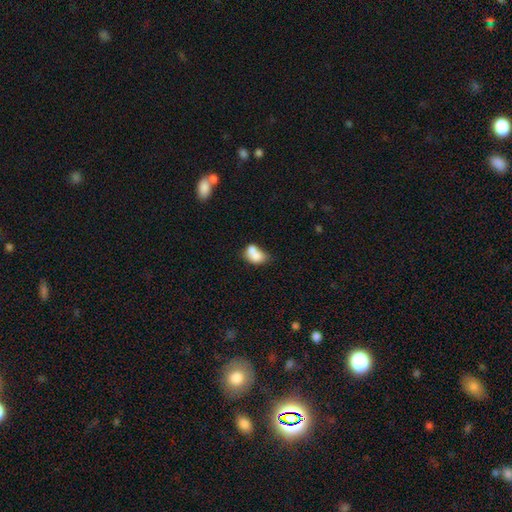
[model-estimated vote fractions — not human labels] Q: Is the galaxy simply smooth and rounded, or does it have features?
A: smooth — 74%.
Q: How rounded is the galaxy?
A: in between — 78%.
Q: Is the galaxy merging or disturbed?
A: merger — 55%.